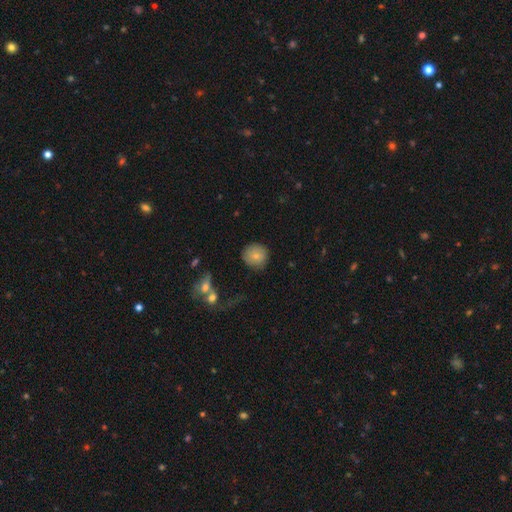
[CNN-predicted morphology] Smooth or featured? Predicted: smooth (p=0.76). How rounded? Predicted: round (p=0.89). Merging? Predicted: none (p=0.82).